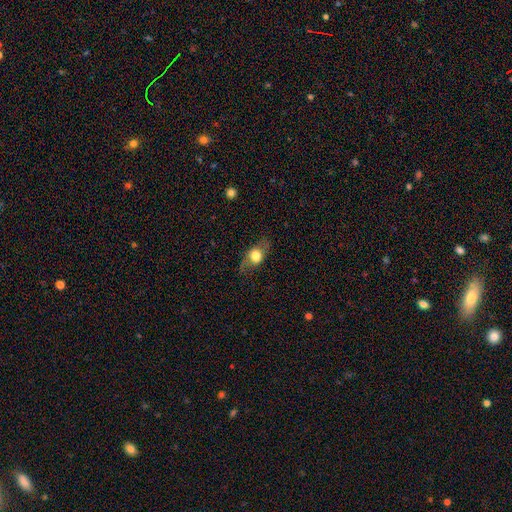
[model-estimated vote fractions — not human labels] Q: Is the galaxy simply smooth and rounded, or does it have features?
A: smooth — 58%.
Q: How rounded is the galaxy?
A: in between — 61%.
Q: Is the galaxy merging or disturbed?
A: none — 72%.